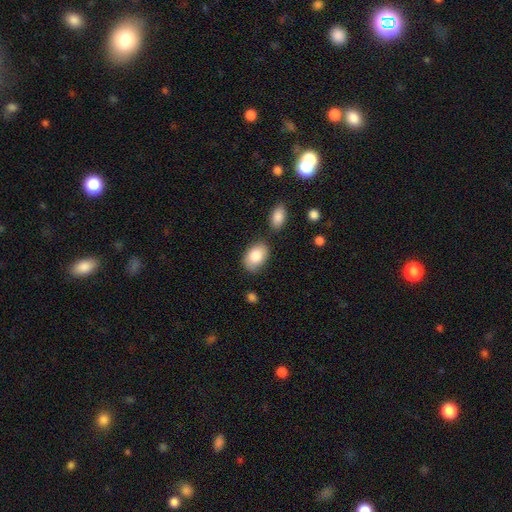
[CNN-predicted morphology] smooth 85%, featured or disk 9%, star or artifact 6%. Down the decision tree: how rounded — in between (88%); merging — none (72%).